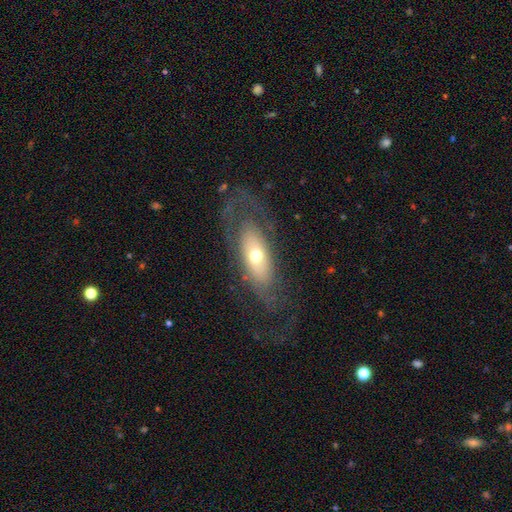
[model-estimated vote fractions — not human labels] Morphology: type=featured or disk (64%); edge-on=no (82%); bar=no (80%); spiral arms=yes (55%); bulge=moderate (58%); merging=none (60%).